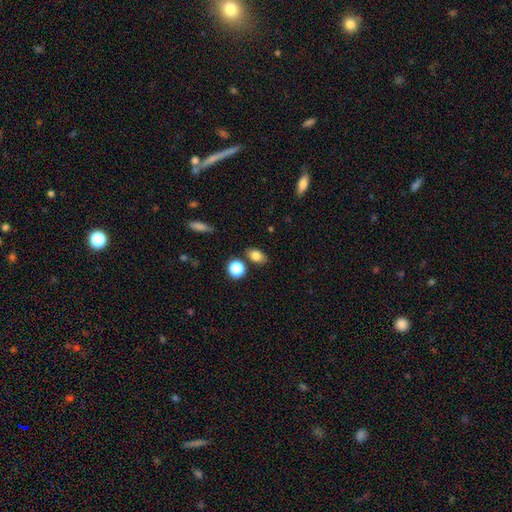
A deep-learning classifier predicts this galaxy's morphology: Q: Smooth or featured?
A: smooth (81%); runner-up: star or artifact (12%)
Q: How rounded?
A: in between (77%); runner-up: round (21%)
Q: Merging?
A: none (80%); runner-up: minor disturbance (11%)